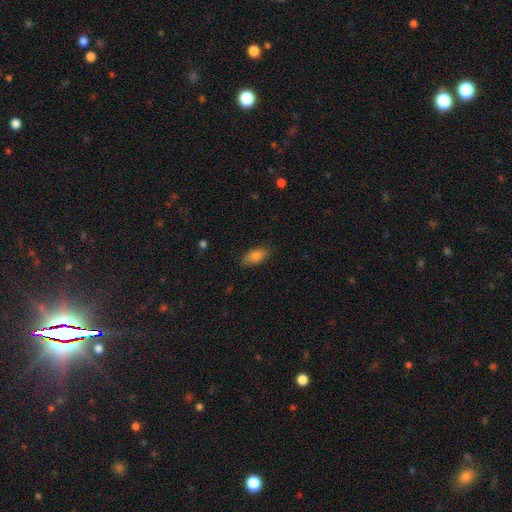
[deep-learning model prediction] A smooth galaxy with no disk features (79%) that is in between round and cigar-shaped (84%).

Vote fractions:
- Smooth or featured? smooth: 79% / featured or disk: 13% / star or artifact: 7%
- How rounded? in between: 84% / cigar-shaped: 13% / round: 3%
- Merging? none: 84% / minor disturbance: 12% / major disturbance: 2% / merger: 1%